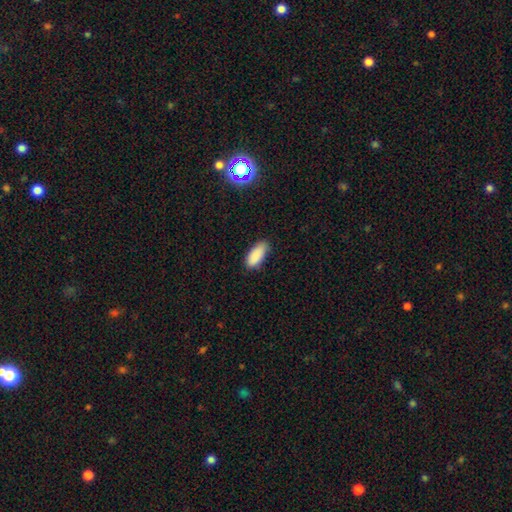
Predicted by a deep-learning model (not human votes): This is clearly a smooth galaxy (89%). How rounded: clearly in between (86%). Merging: likely none (76%).